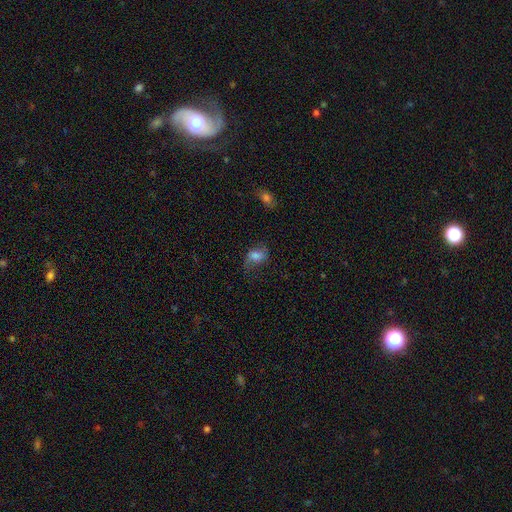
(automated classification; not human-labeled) Morphology: type=smooth (66%); roundness=in between (79%); merging=none (52%).